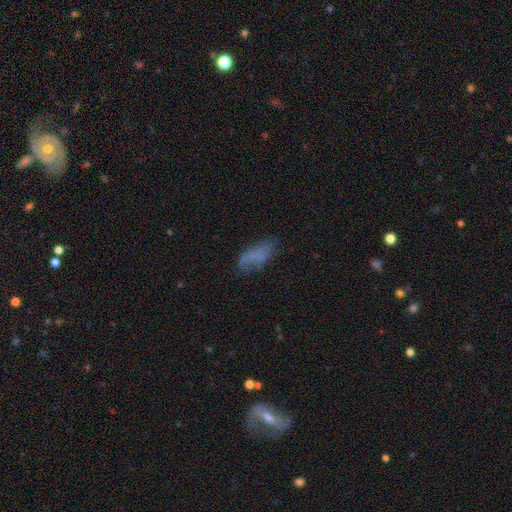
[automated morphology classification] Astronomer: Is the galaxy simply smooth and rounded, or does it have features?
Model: smooth — 68%.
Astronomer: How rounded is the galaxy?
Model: in between — 79%.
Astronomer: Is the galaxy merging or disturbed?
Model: none — 57%.